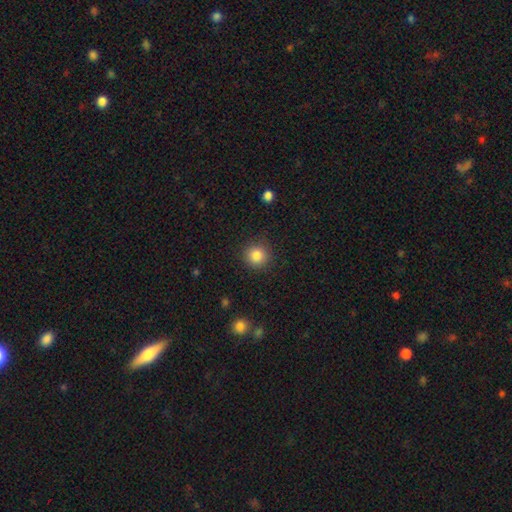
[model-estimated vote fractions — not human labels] Smooth or featured? smooth (84%)
How rounded? round (93%)
Merging? none (89%)